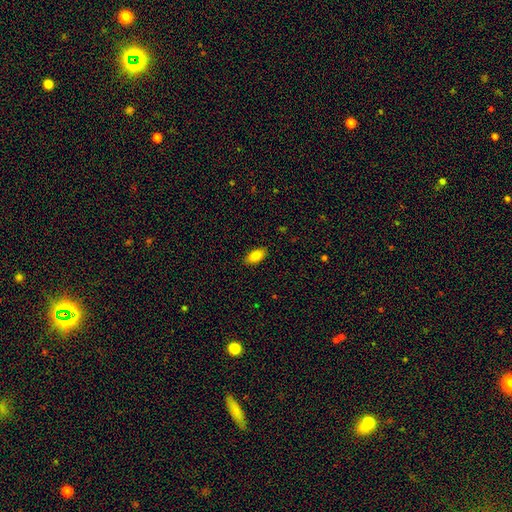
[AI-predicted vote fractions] Smooth or featured? Predicted: smooth (p=0.84). How rounded? Predicted: in between (p=0.91). Merging? Predicted: none (p=0.88).